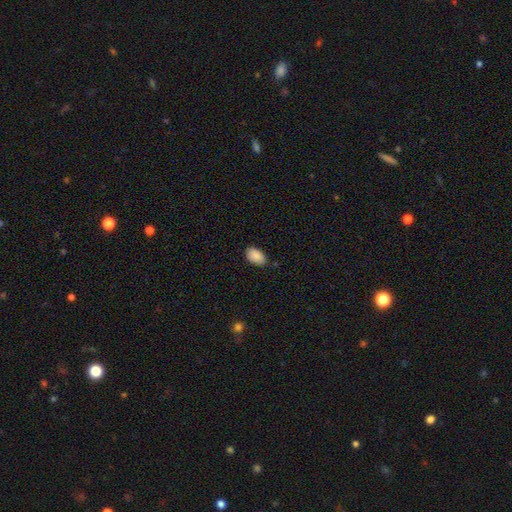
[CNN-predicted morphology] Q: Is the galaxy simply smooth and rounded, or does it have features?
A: smooth — 89%.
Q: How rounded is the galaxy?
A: in between — 92%.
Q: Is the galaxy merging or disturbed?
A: none — 80%.